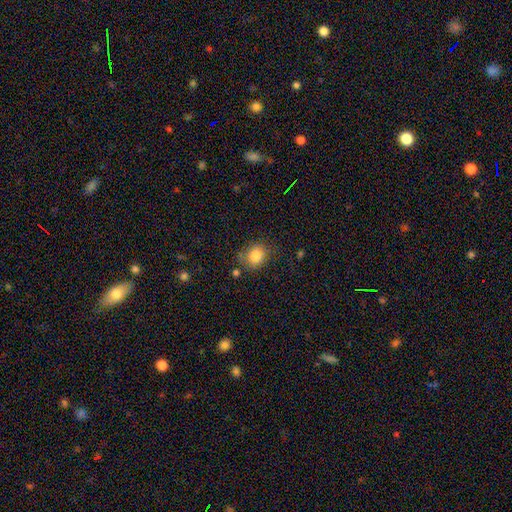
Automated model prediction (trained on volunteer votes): This is clearly a smooth galaxy (84%). How rounded: likely round (64%). Merging: likely none (69%).